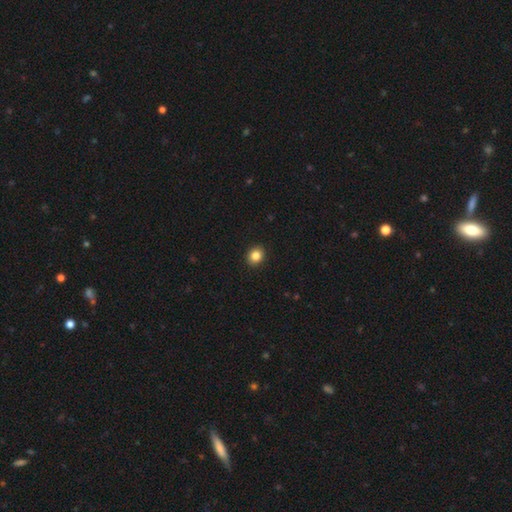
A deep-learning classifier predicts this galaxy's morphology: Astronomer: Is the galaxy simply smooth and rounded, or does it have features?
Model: smooth — 85%.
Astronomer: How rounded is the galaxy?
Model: round — 65%.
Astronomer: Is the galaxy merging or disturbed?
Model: none — 92%.